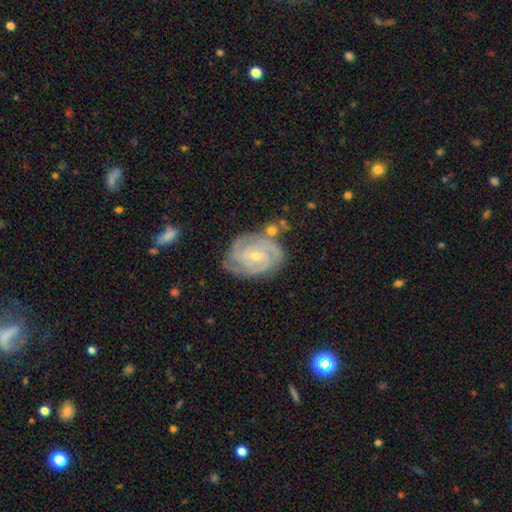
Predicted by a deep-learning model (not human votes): Smooth or featured: featured or disk — 88% (smooth — 7%)
Edge-on disk: no — 98% (yes — 2%)
Bar: no — 54% (weak — 37%)
Spiral arms: yes — 97% (no — 3%)
Spiral winding: tight — 75% (medium — 21%)
Spiral arm count: 3 — 33% (2 — 23%)
Bulge size: small — 66% (moderate — 31%)
Merging: none — 67% (minor disturbance — 21%)